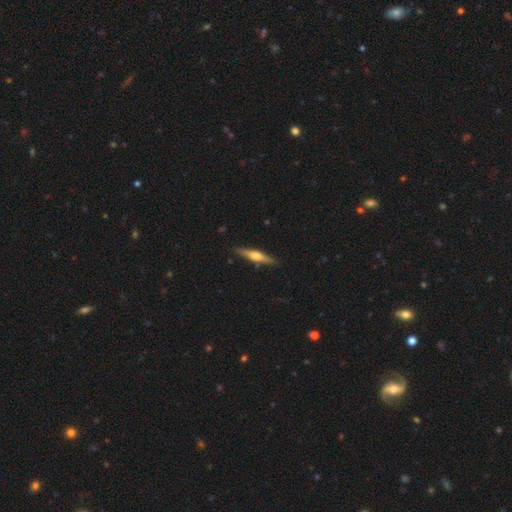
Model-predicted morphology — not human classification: smooth_or_featured: featured or disk (p=0.55) [alt: smooth p=0.39]
disk_edge_on: yes (p=0.96) [alt: no p=0.04]
edge_on_bulge: rounded (p=0.89) [alt: boxy p=0.06]
merging: none (p=0.88) [alt: minor disturbance p=0.09]